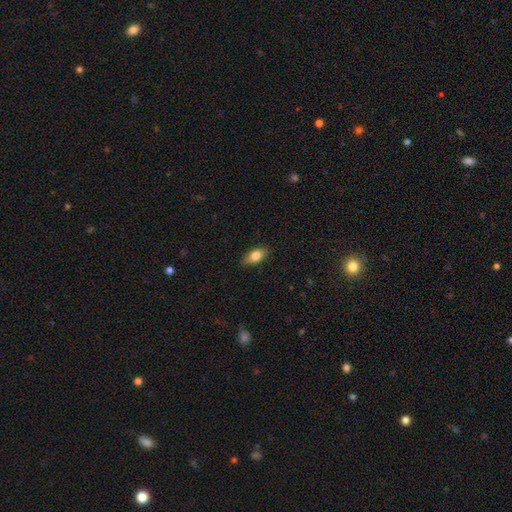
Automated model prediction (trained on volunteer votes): A smooth galaxy with no disk features (77%) that is in between round and cigar-shaped (84%). Merging: none (86%).